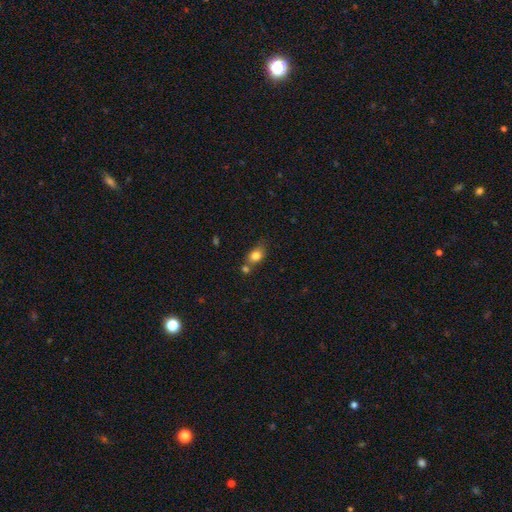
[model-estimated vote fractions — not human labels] smooth 81%, star or artifact 10%, featured or disk 9%. Down the decision tree: how rounded — in between (63%); merging — none (53%).